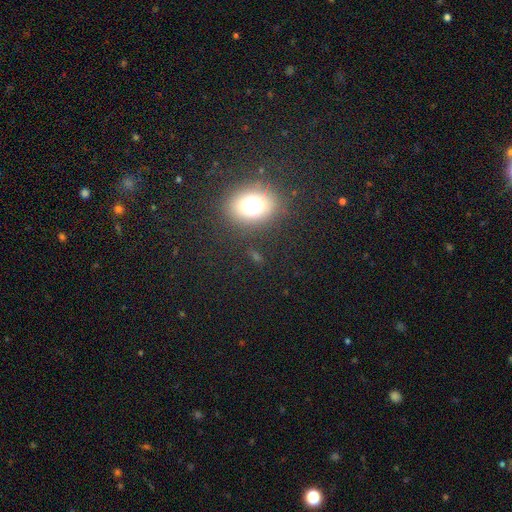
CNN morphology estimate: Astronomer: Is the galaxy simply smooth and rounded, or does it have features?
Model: smooth — 70%.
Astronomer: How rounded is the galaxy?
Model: in between — 61% (runner-up: round, 37%).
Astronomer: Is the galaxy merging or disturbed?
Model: none — 83%.